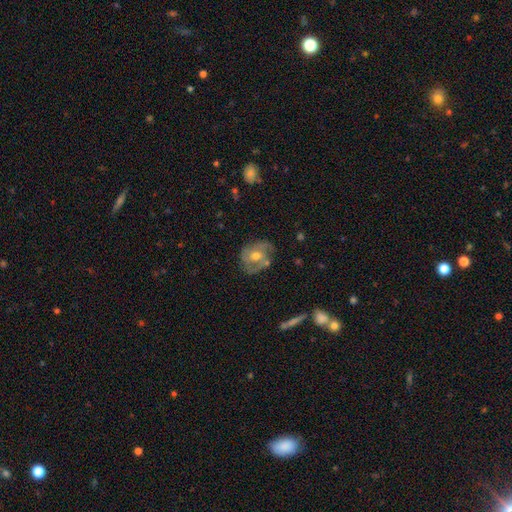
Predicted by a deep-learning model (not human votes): Smooth or featured?
  - featured or disk: 66% *
  - smooth: 27%
  - star or artifact: 7%
Edge-on disk?
  - no: 96% *
  - yes: 4%
Bar?
  - no: 62% *
  - weak: 30%
  - strong: 7%
Spiral arms?
  - yes: 76% *
  - no: 24%
Bulge size?
  - moderate: 72% *
  - small: 21%
  - large: 5%
  - none: 1%
  - dominant: 1%
Merging?
  - none: 63% *
  - minor disturbance: 23%
  - major disturbance: 9%
  - merger: 5%